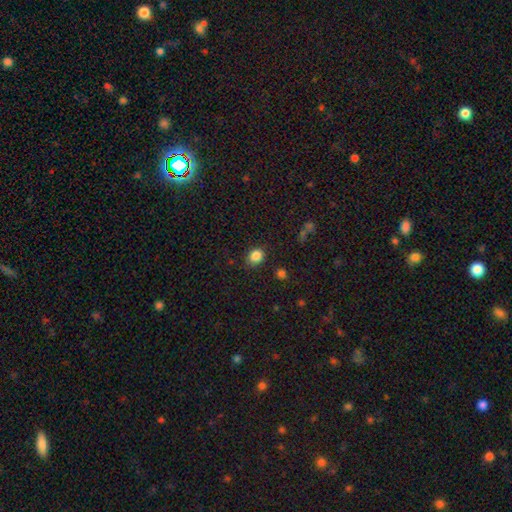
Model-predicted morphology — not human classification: A smooth galaxy with no disk features (85%) that is round (57%). Merging: none (84%).